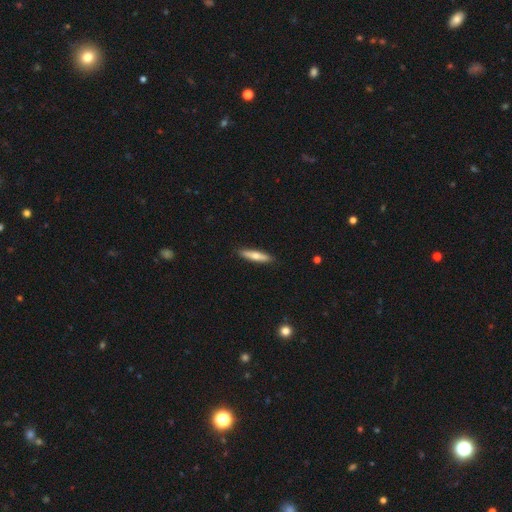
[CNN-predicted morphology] A smooth galaxy with no disk features (61%) that is cigar-shaped (83%). Merging: none (90%).